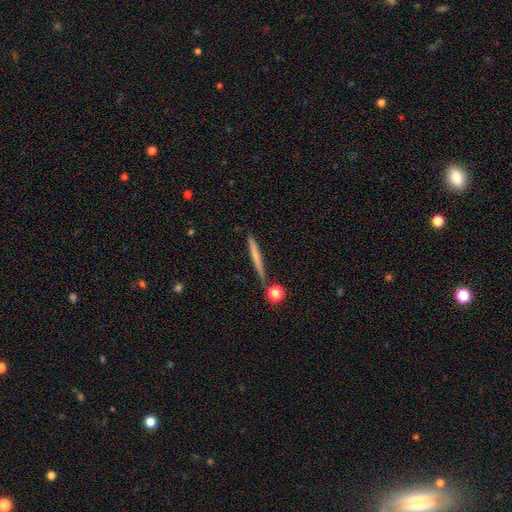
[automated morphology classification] smooth-or-featured: smooth: 58% | featured or disk: 35% | star or artifact: 7%
  how-rounded: cigar-shaped: 94% | in between: 3% | round: 2%
  merging: none: 80% | minor disturbance: 11% | merger: 6% | major disturbance: 3%